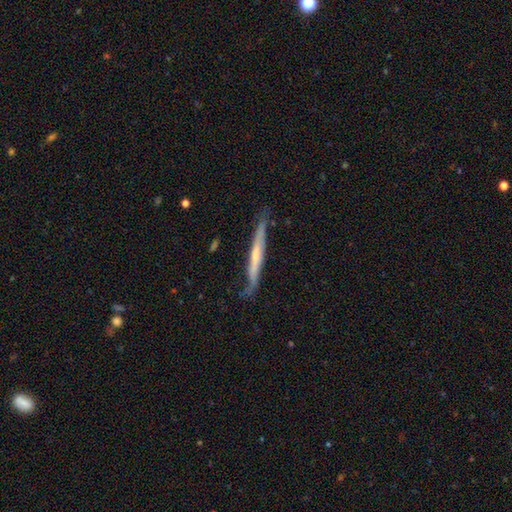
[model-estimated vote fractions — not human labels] This is likely a featured or disk galaxy (61%). It is clearly viewed edge-on (88%). Edge-on bulge: possibly none (60%). Merging: likely none (68%).